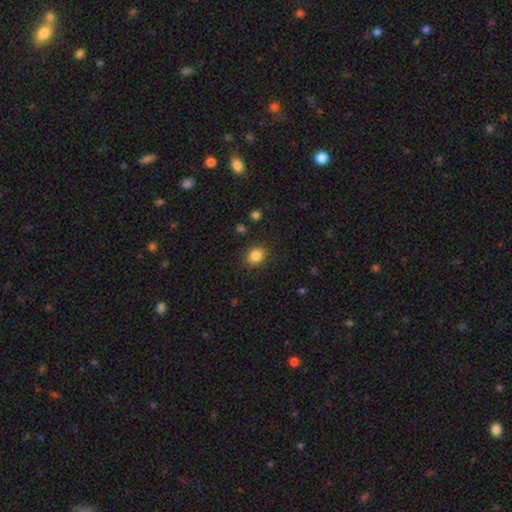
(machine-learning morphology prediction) type=smooth (85%); roundness=round (51%); merging=none (87%).